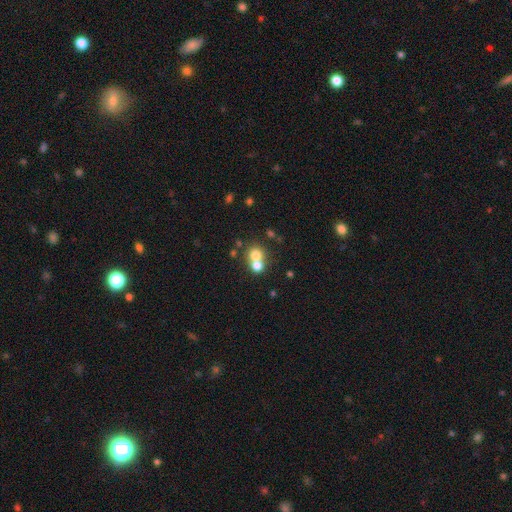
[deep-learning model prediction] Overall: smooth (72%). How rounded: round (84%). Merging: merger (54%; none 38%).